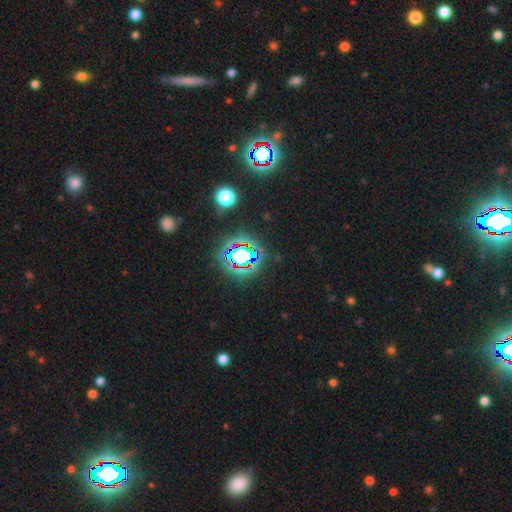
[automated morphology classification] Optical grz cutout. It shows a star or artifact, not a galaxy (80%).